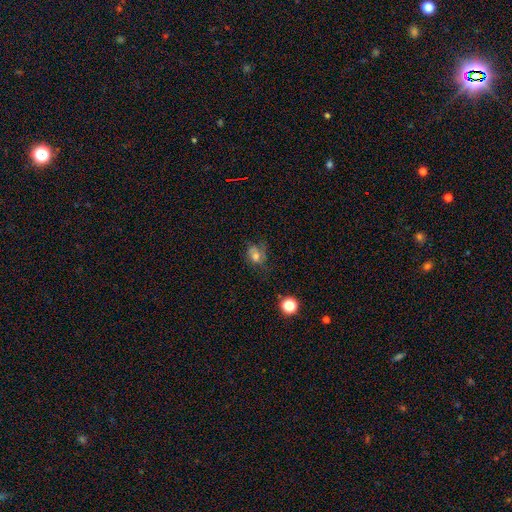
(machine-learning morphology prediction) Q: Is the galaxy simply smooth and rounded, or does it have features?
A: smooth — 51%.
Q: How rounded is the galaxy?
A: round — 54%.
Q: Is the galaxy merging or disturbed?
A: none — 48%.